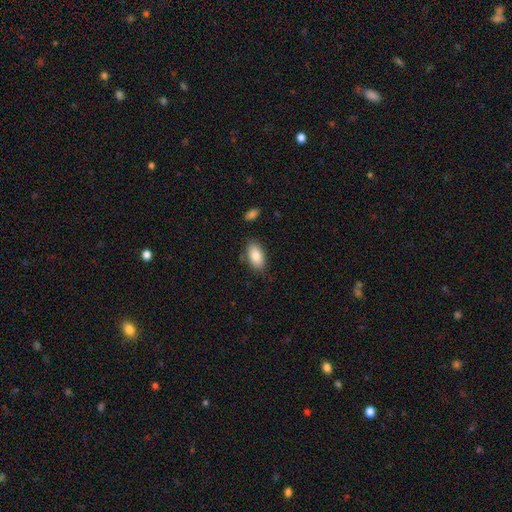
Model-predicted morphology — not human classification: smooth-or-featured: smooth: 84% | featured or disk: 9% | star or artifact: 7%
  how-rounded: in between: 93% | cigar-shaped: 4% | round: 3%
  merging: none: 81% | minor disturbance: 13% | major disturbance: 3% | merger: 3%